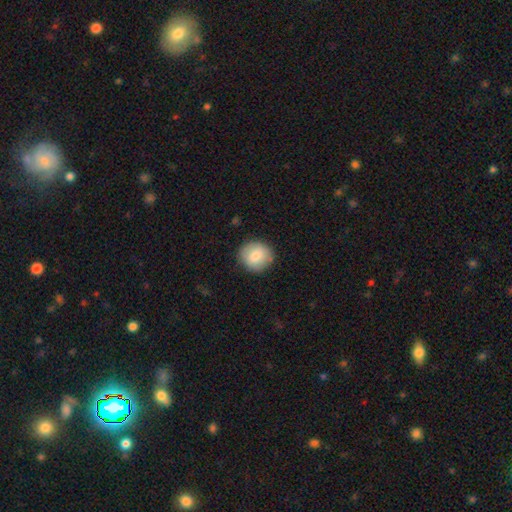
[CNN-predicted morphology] This appears to be a smooth galaxy with no disk features (82%) that is round (86%). Merging: none (85%).